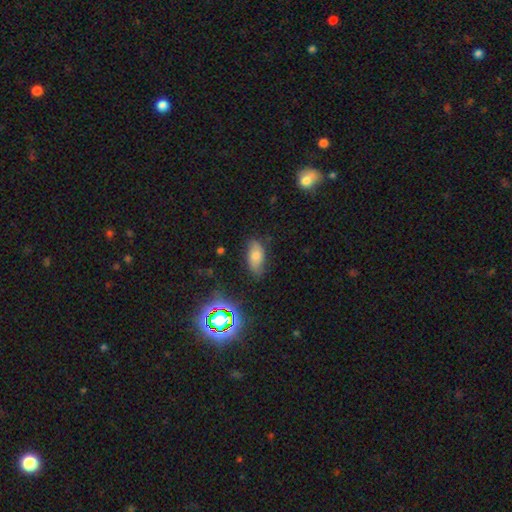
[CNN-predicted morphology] Smooth or featured: smooth — 66% (featured or disk — 18%)
How rounded: in between — 88% (cigar-shaped — 7%)
Merging: none — 73% (minor disturbance — 20%)